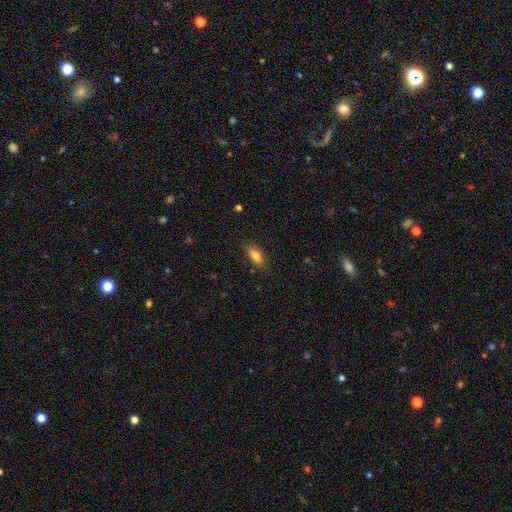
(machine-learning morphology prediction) Smooth or featured?
  - smooth: 77% *
  - featured or disk: 15%
  - star or artifact: 8%
How rounded?
  - in between: 75% *
  - cigar-shaped: 22%
  - round: 3%
Merging?
  - none: 80% *
  - minor disturbance: 15%
  - major disturbance: 3%
  - merger: 1%